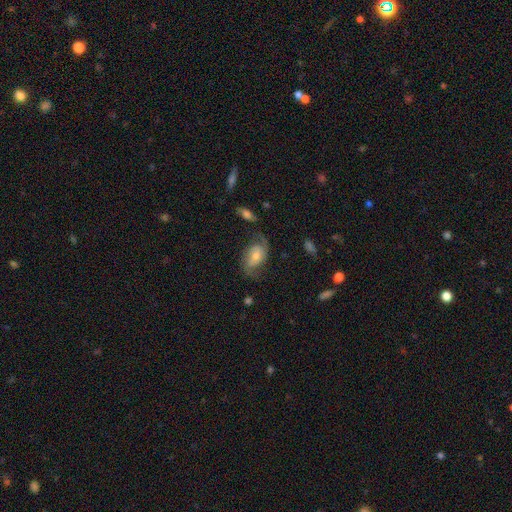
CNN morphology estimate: Smooth or featured? Predicted: featured or disk (p=0.72). Edge-on disk? Predicted: no (p=0.96). Bar? Predicted: no (p=0.57). Spiral arms? Predicted: yes (p=0.91). Spiral winding? Predicted: medium (p=0.42). Spiral arm count? Predicted: 2 (p=0.86). Bulge size? Predicted: moderate (p=0.52). Merging? Predicted: none (p=0.66).